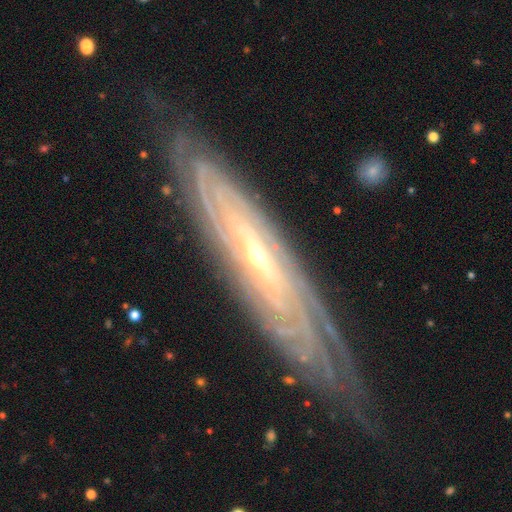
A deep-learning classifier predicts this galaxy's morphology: Q: Smooth or featured?
A: featured or disk (87%); runner-up: smooth (7%)
Q: Edge-on disk?
A: no (72%); runner-up: yes (28%)
Q: Bar?
A: no (52%); runner-up: weak (30%)
Q: Spiral arms?
A: yes (94%); runner-up: no (6%)
Q: Spiral winding?
A: tight (84%); runner-up: medium (13%)
Q: Spiral arm count?
A: can't tell (52%); runner-up: more than 4 (18%)
Q: Bulge size?
A: small (70%); runner-up: moderate (26%)
Q: Merging?
A: none (78%); runner-up: minor disturbance (16%)